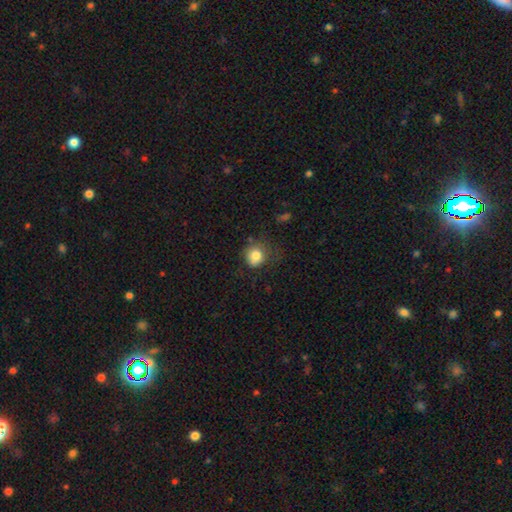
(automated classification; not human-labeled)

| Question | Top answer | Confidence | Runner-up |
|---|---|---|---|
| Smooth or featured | smooth | 82% | star or artifact (10%) |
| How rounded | round | 76% | in between (23%) |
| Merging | none | 57% | minor disturbance (27%) |